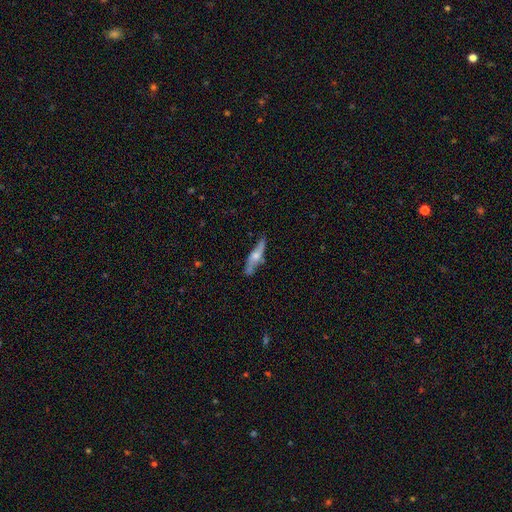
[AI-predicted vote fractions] featured or disk 61%, smooth 32%, star or artifact 7%. Down the decision tree: edge-on disk — yes (71%); merging — none (74%).